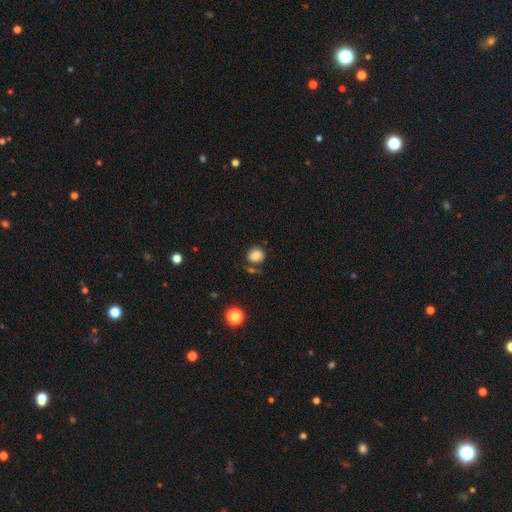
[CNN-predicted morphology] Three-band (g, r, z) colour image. It shows a smooth galaxy with no disk features (82%) that is round (74%). Merging: none (66%).